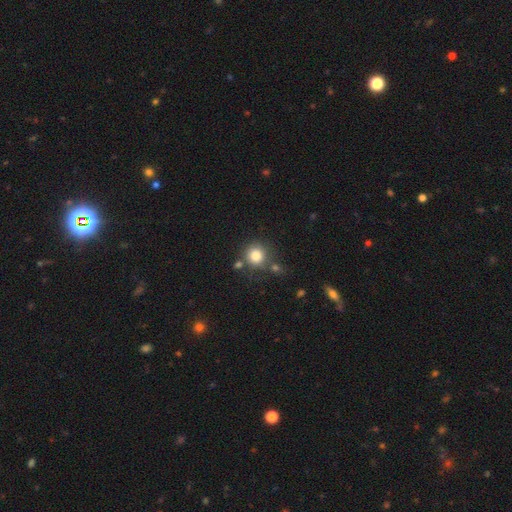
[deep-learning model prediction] Smooth or featured?
  - smooth: 83% *
  - star or artifact: 11%
  - featured or disk: 7%
How rounded?
  - round: 89% *
  - in between: 10%
  - cigar-shaped: 1%
Merging?
  - none: 69% *
  - merger: 14%
  - minor disturbance: 12%
  - major disturbance: 5%